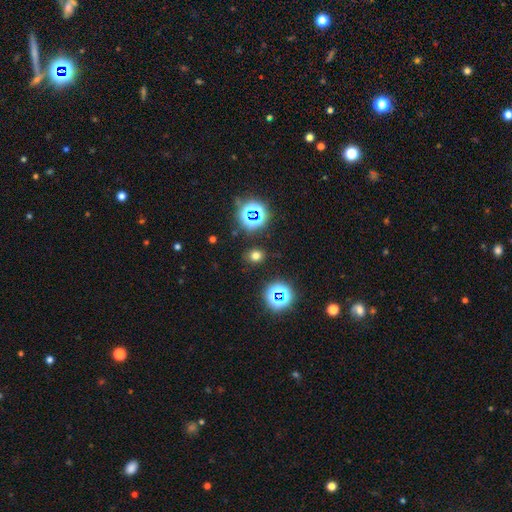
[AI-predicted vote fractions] A smooth galaxy with no disk features (66%) that is round (69%).

Vote fractions:
- Smooth or featured? smooth: 66% / star or artifact: 27% / featured or disk: 7%
- How rounded? round: 69% / in between: 30% / cigar-shaped: 1%
- Merging? none: 87% / minor disturbance: 8% / major disturbance: 3% / merger: 2%